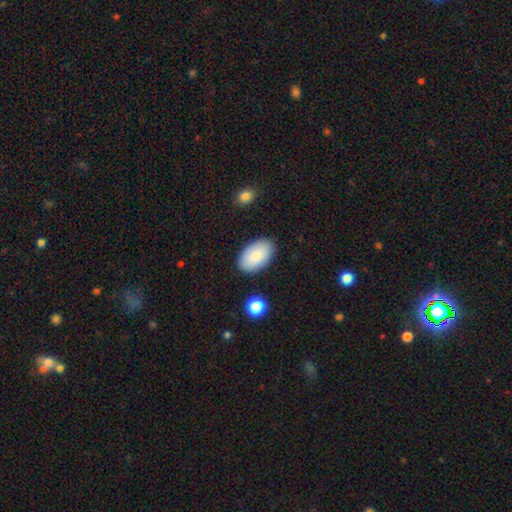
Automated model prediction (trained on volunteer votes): The model was most divided on "merging": none: 86%, minor disturbance: 10%, major disturbance: 2%, merger: 2%. More confident: how rounded — in between (95%); smooth or featured — smooth (86%).